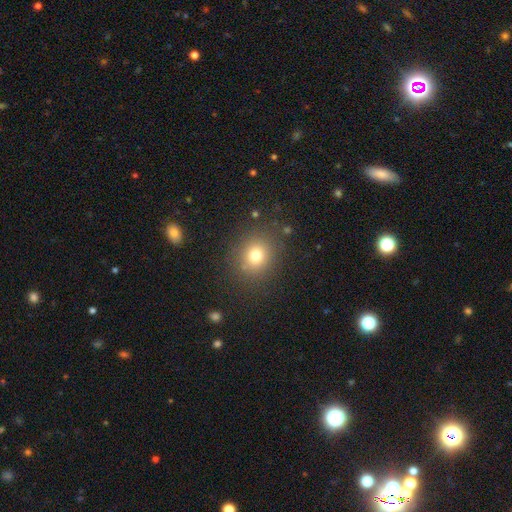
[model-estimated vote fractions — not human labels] smooth 75%, star or artifact 16%, featured or disk 9%. Down the decision tree: how rounded — round (78%); merging — none (85%).